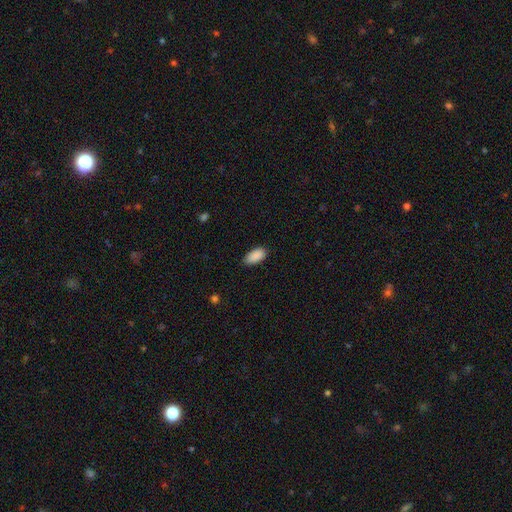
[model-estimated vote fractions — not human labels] smooth_or_featured: smooth (p=0.90) [alt: star or artifact p=0.07]
how_rounded: in between (p=0.93) [alt: cigar-shaped p=0.04]
merging: none (p=0.82) [alt: minor disturbance p=0.14]